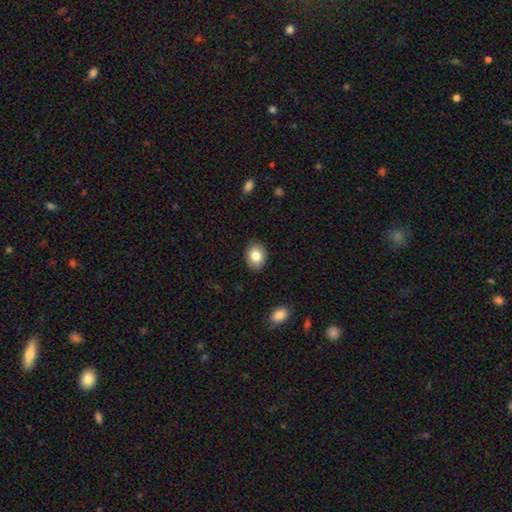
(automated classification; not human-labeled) Overall: smooth (83%). How rounded: in between (54%; round 46%). Merging: none (89%).